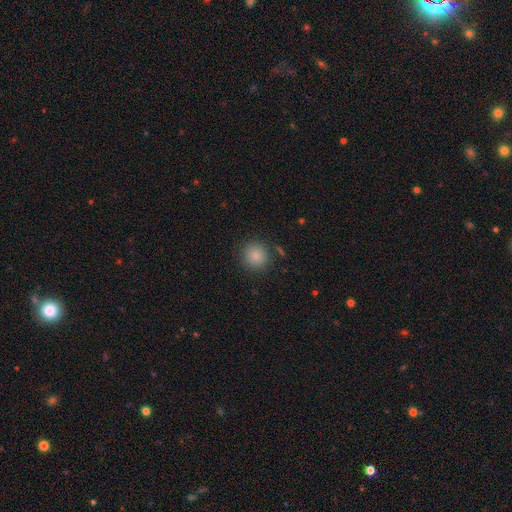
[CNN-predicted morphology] smooth_or_featured: smooth (p=0.86) [alt: star or artifact p=0.10]
how_rounded: round (p=0.92) [alt: in between p=0.07]
merging: none (p=0.87) [alt: minor disturbance p=0.08]